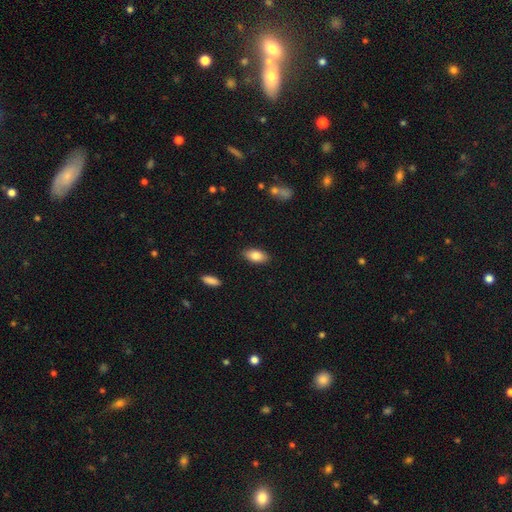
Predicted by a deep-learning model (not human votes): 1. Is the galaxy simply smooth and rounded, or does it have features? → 84% smooth, 9% featured or disk, 7% star or artifact.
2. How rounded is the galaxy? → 91% in between, 5% cigar-shaped, 3% round.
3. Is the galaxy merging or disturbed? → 88% none, 9% minor disturbance, 2% major disturbance, 1% merger.